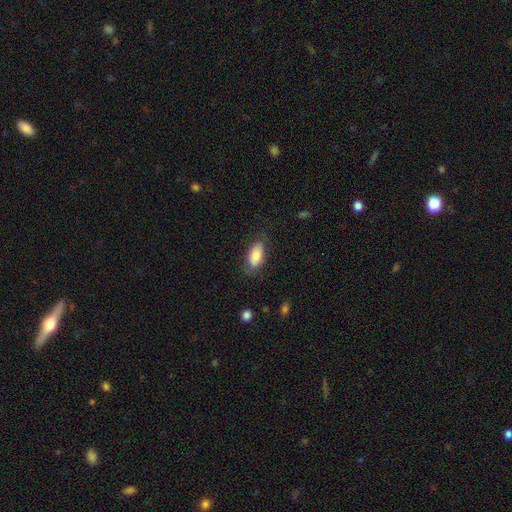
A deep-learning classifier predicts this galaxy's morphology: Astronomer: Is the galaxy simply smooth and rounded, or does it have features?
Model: smooth — 82%.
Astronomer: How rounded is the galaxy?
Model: in between — 89%.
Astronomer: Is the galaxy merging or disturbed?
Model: none — 74%.